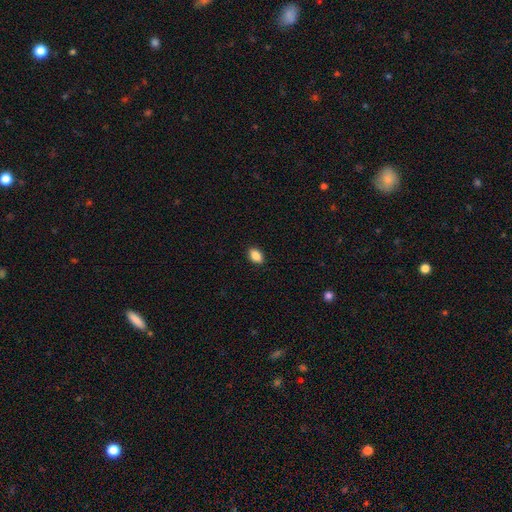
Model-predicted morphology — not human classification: A smooth galaxy with no disk features (89%) that is in between round and cigar-shaped (86%).

Vote fractions:
- Smooth or featured? smooth: 89% / star or artifact: 8% / featured or disk: 3%
- How rounded? in between: 86% / round: 12% / cigar-shaped: 2%
- Merging? none: 90% / minor disturbance: 7% / major disturbance: 2% / merger: 1%